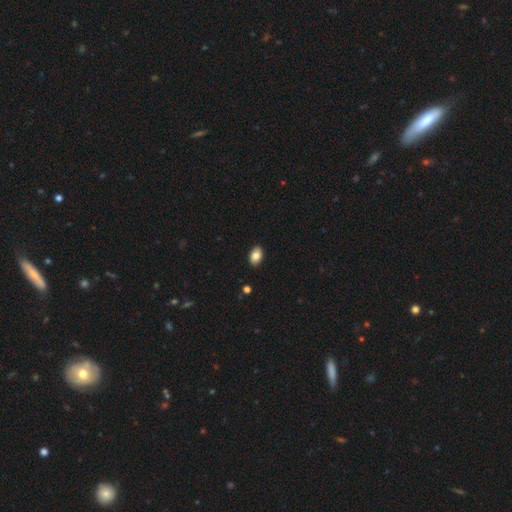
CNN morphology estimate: Overall: smooth (84%). How rounded: in between (90%). Merging: none (89%).